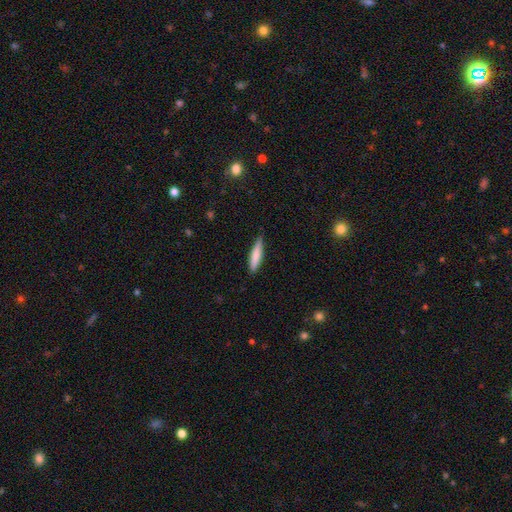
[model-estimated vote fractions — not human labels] Q: Smooth or featured?
A: smooth (76%); runner-up: featured or disk (19%)
Q: How rounded?
A: cigar-shaped (85%); runner-up: in between (14%)
Q: Merging?
A: none (83%); runner-up: minor disturbance (14%)